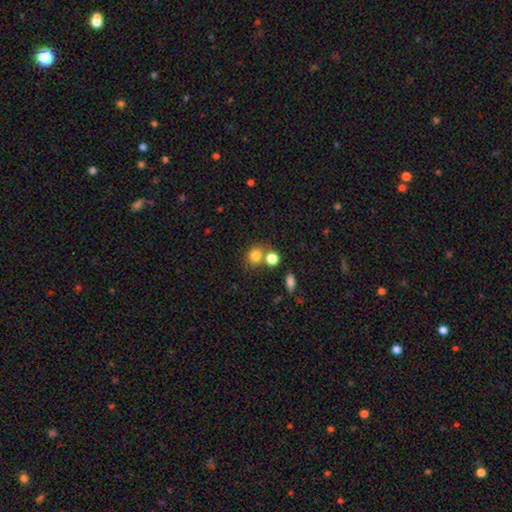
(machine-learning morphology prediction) smooth_or_featured: smooth (p=0.81) [alt: star or artifact p=0.12]
how_rounded: round (p=0.76) [alt: in between p=0.23]
merging: none (p=0.60) [alt: merger p=0.27]